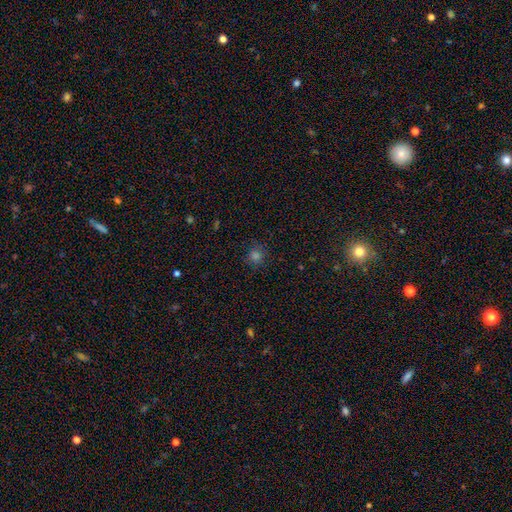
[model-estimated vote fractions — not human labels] Overall: smooth (72%). How rounded: round (91%). Merging: none (87%).